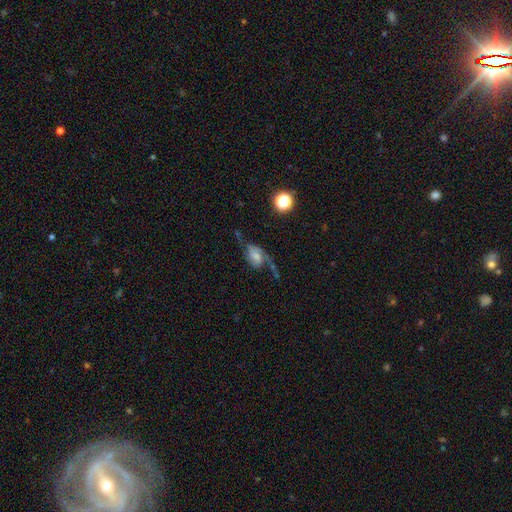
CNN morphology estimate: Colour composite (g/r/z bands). It shows a featured or disk galaxy (63%) with no bar (52%), 2 (81%) loose (61%) spiral arms (89%) and a small central bulge (31%). Merging: none (41%).